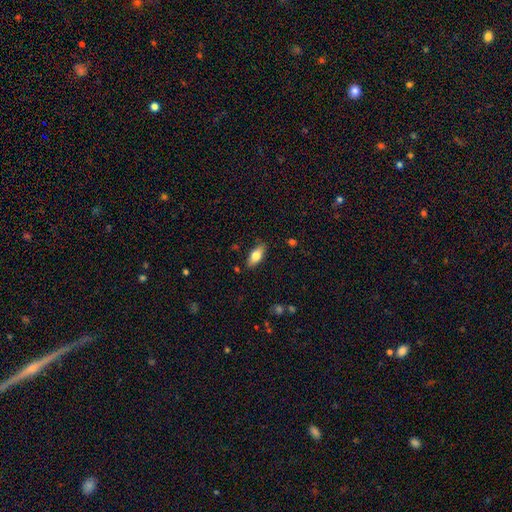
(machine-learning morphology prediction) This is likely a smooth galaxy (70%). How rounded: likely in between (79%). Merging: clearly none (86%).